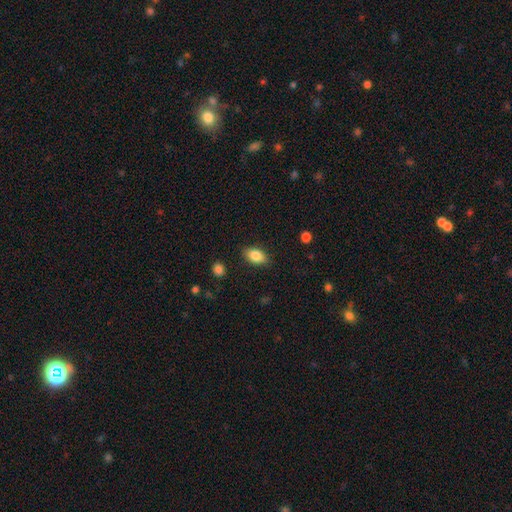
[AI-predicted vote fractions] Overall: smooth (84%). How rounded: in between (88%). Merging: none (86%).